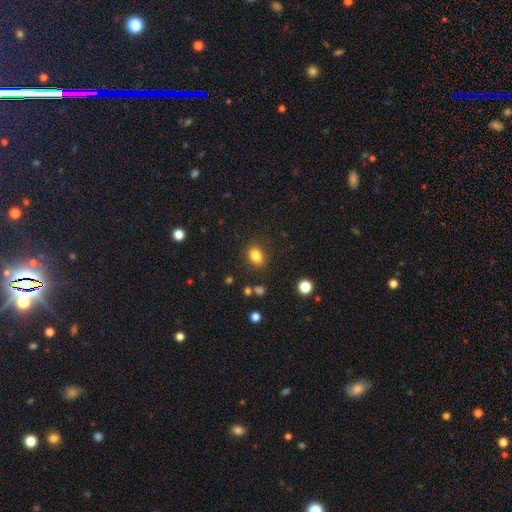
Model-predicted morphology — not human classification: A smooth galaxy with no disk features (83%) that is in between round and cigar-shaped (63%).

Vote fractions:
- Smooth or featured? smooth: 83% / star or artifact: 11% / featured or disk: 6%
- How rounded? in between: 63% / round: 36% / cigar-shaped: 1%
- Merging? none: 84% / minor disturbance: 10% / major disturbance: 3% / merger: 2%